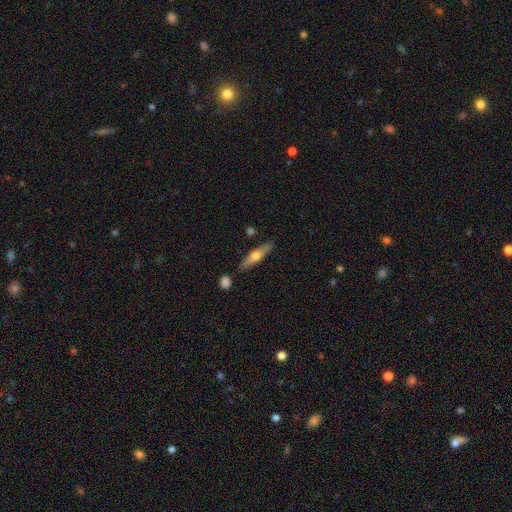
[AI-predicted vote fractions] Smooth or featured: featured or disk — 53% (smooth — 41%)
Edge-on disk: yes — 92% (no — 8%)
Merging: none — 85% (minor disturbance — 9%)